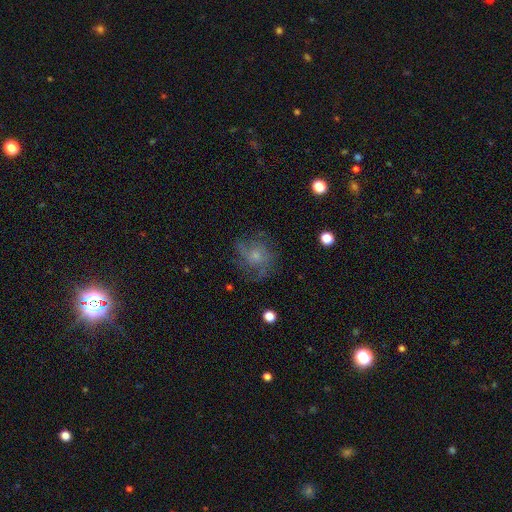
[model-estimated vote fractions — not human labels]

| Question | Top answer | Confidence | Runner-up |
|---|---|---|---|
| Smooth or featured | featured or disk | 52% | smooth (35%) |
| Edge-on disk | no | 97% | yes (3%) |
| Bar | no | 81% | weak (17%) |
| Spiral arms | yes | 76% | no (24%) |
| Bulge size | small | 56% | moderate (29%) |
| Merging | none | 61% | minor disturbance (20%) |